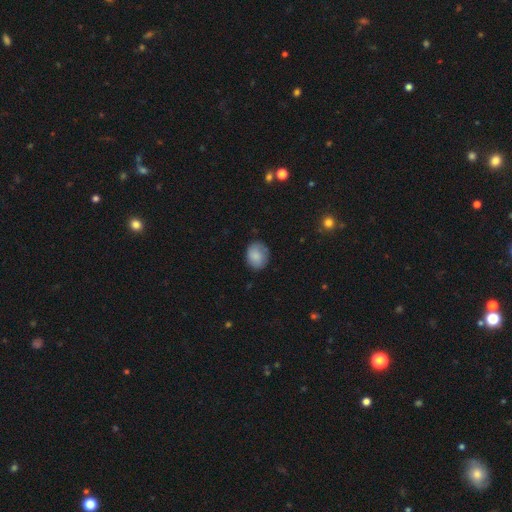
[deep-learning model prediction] smooth 82%, featured or disk 10%, star or artifact 7%. Down the decision tree: how rounded — in between (52%); merging — none (75%).